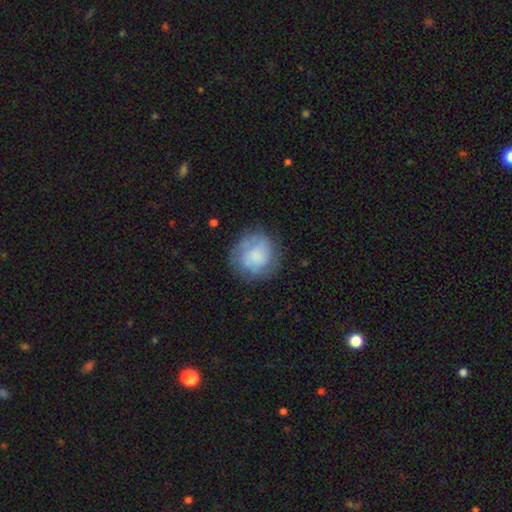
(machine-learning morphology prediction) smooth_or_featured: smooth (p=0.53) [alt: featured or disk p=0.39]
how_rounded: round (p=0.86) [alt: in between p=0.13]
merging: none (p=0.70) [alt: minor disturbance p=0.19]